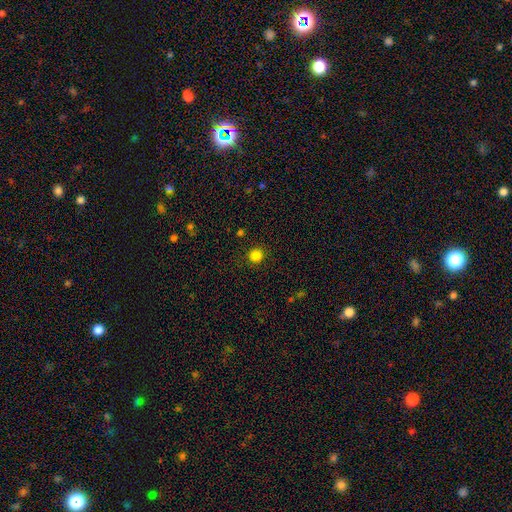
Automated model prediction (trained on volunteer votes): A smooth galaxy with no disk features (84%) that is round (94%).

Vote fractions:
- Smooth or featured? smooth: 84% / star or artifact: 13% / featured or disk: 4%
- How rounded? round: 94% / in between: 5% / cigar-shaped: 1%
- Merging? none: 91% / minor disturbance: 6% / major disturbance: 2% / merger: 1%